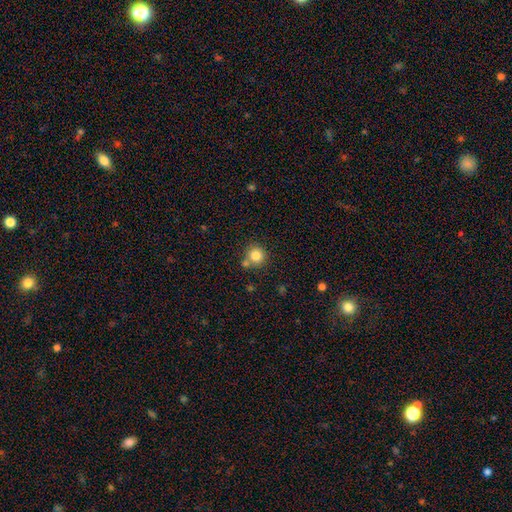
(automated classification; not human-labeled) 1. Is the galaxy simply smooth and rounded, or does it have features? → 82% smooth, 11% star or artifact, 7% featured or disk.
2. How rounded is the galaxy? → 92% round, 7% in between, 1% cigar-shaped.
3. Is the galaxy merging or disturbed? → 69% none, 17% merger, 11% minor disturbance, 3% major disturbance.